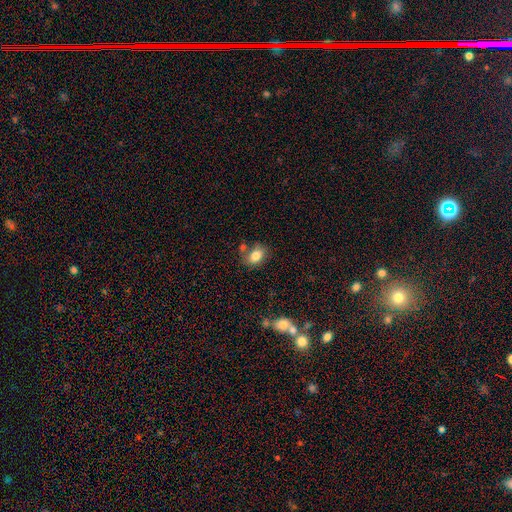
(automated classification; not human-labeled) The model was most divided on "merging": none: 61%, minor disturbance: 17%, merger: 17%, major disturbance: 5%. More confident: smooth or featured — smooth (81%); how rounded — in between (76%).